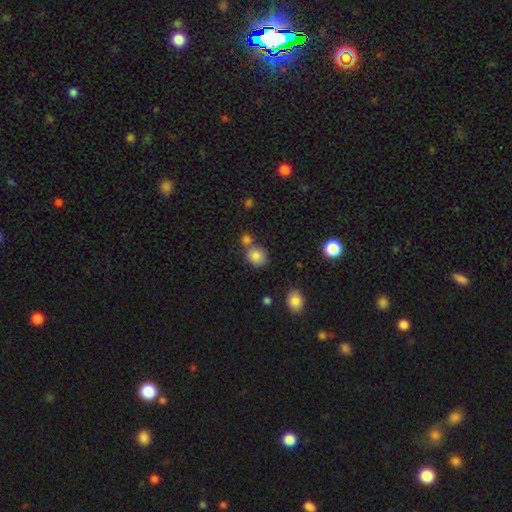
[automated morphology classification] smooth 82%, star or artifact 11%, featured or disk 7%. Down the decision tree: how rounded — round (74%); merging — none (56%).